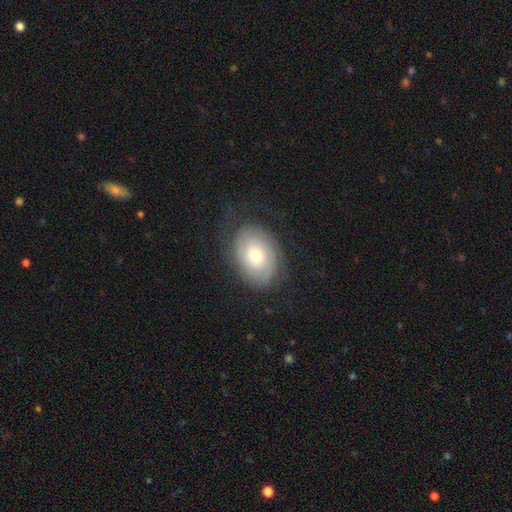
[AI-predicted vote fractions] Smooth or featured? featured or disk (53%)
Edge-on disk? no (94%)
Bar? no (82%)
Spiral arms? yes (74%)
Bulge size? moderate (62%)
Merging? none (73%)